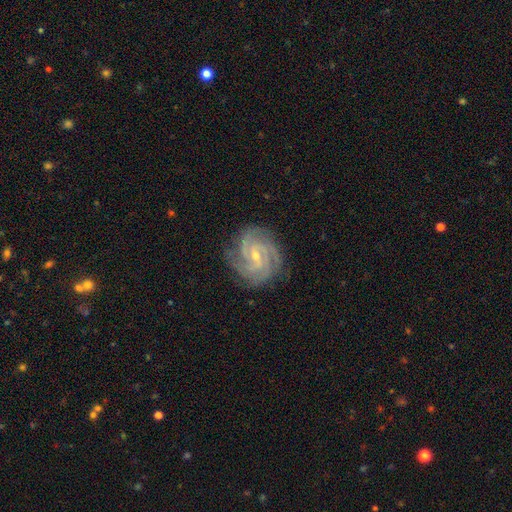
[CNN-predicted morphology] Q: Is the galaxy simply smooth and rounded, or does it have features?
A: featured or disk — 91%.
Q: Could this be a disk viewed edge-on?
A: no — 98%.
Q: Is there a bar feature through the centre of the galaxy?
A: weak — 43%.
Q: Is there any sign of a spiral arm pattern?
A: yes — 99%.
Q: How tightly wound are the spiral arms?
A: tight — 67%.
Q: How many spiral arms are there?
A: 3 — 33%.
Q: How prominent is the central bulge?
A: small — 68%.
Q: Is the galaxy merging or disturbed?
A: none — 82%.